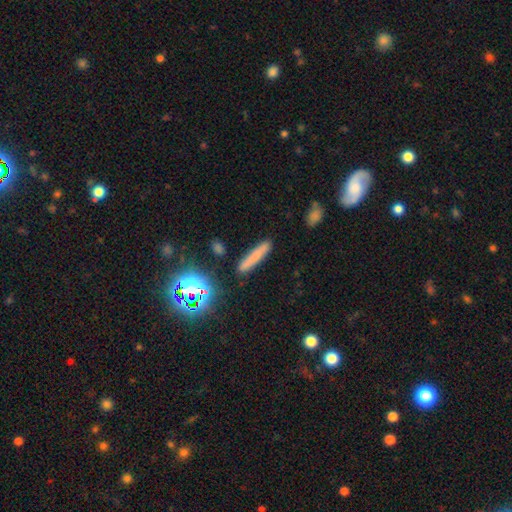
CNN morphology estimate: Smooth or featured?
  - smooth: 73% *
  - featured or disk: 14%
  - star or artifact: 13%
How rounded?
  - cigar-shaped: 91% *
  - in between: 7%
  - round: 2%
Merging?
  - none: 84% *
  - minor disturbance: 10%
  - merger: 3%
  - major disturbance: 3%